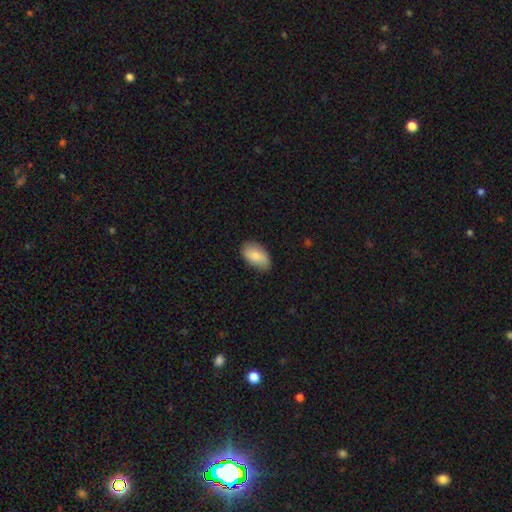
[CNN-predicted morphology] Smooth or featured? Predicted: smooth (p=0.82). How rounded? Predicted: in between (p=0.94). Merging? Predicted: none (p=0.76).